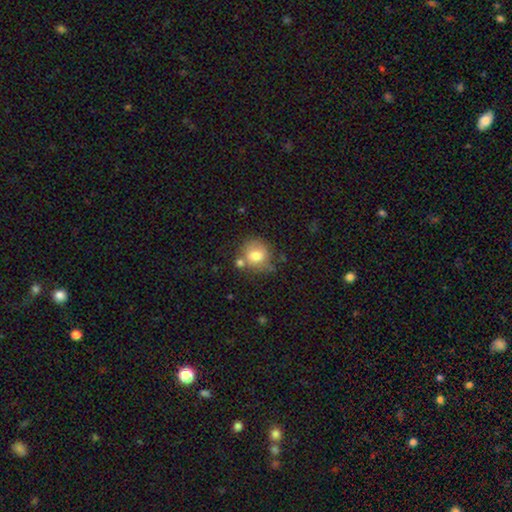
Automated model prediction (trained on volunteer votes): Q: Smooth or featured?
A: smooth (74%); runner-up: featured or disk (17%)
Q: How rounded?
A: round (81%); runner-up: in between (18%)
Q: Merging?
A: none (60%); runner-up: minor disturbance (19%)